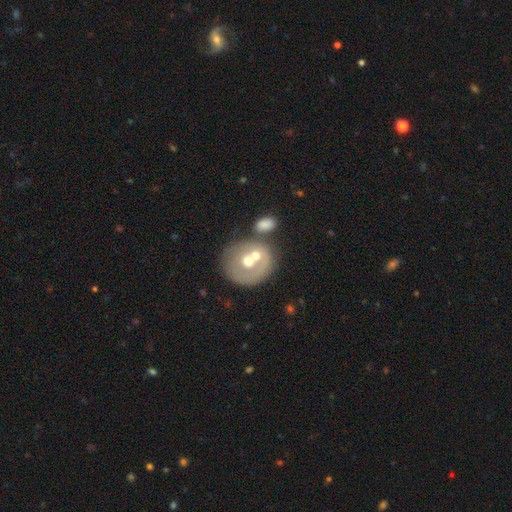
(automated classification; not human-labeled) Smooth or featured: featured or disk — 46% (tied with smooth — 46%)
Merging: merger — 45% (none — 36%)